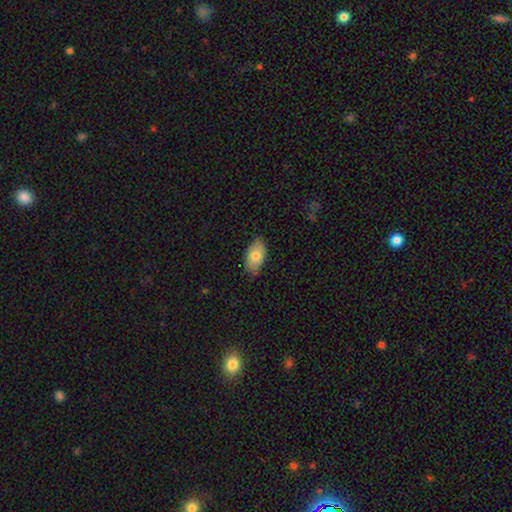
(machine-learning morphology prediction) Q: Smooth or featured?
A: smooth (79%); runner-up: featured or disk (15%)
Q: How rounded?
A: in between (94%); runner-up: round (4%)
Q: Merging?
A: none (81%); runner-up: minor disturbance (15%)